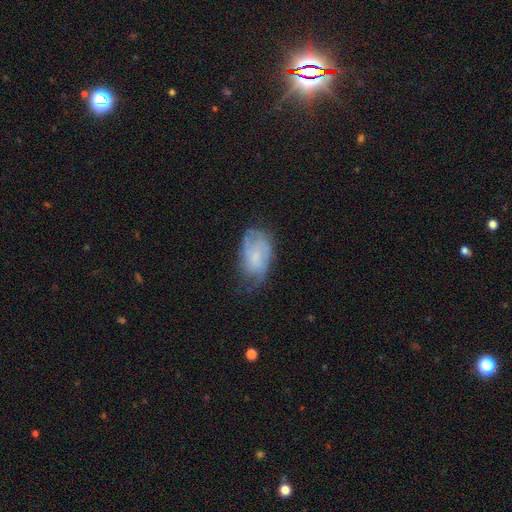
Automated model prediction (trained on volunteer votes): featured or disk 49%, smooth 42%, star or artifact 9%. Down the decision tree: merging — none (47%).